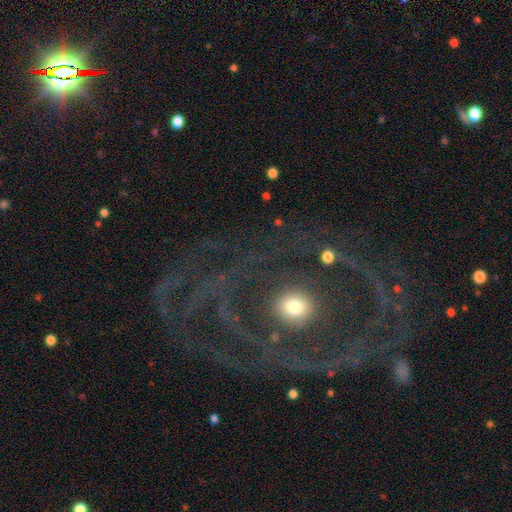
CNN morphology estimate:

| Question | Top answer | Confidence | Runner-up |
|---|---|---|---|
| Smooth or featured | featured or disk | 80% | star or artifact (10%) |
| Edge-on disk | no | 96% | yes (4%) |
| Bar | no | 76% | weak (15%) |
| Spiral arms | yes | 68% | no (32%) |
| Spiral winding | tight | 63% | medium (26%) |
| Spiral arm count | can't tell | 37% | 2 (23%) |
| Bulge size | moderate | 58% | small (29%) |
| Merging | none | 72% | minor disturbance (13%) |